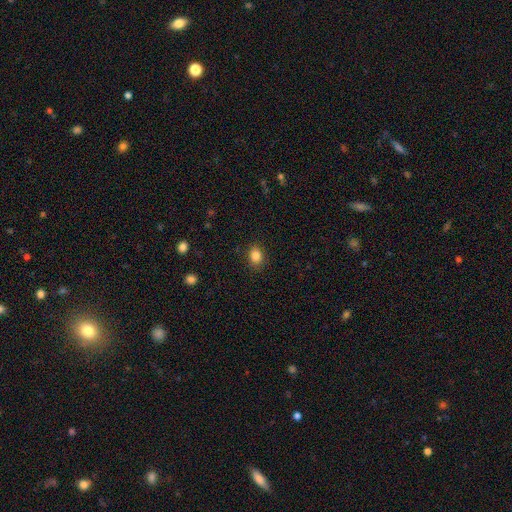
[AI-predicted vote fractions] This is clearly a smooth galaxy (86%). How rounded: likely in between (62%). Merging: clearly none (87%).